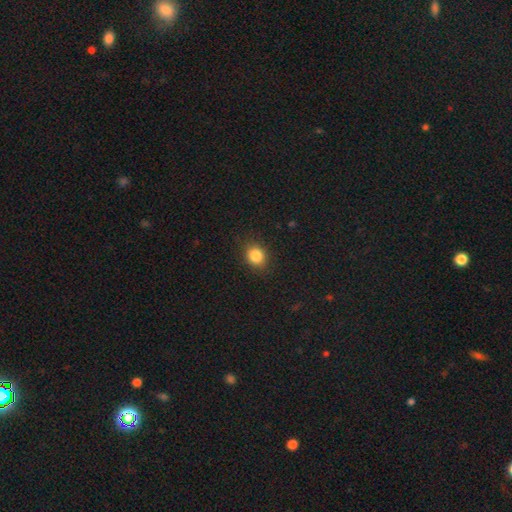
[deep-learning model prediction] The model was most divided on "how rounded": round: 72%, in between: 27%, cigar-shaped: 1%. More confident: merging — none (88%); smooth or featured — smooth (85%).